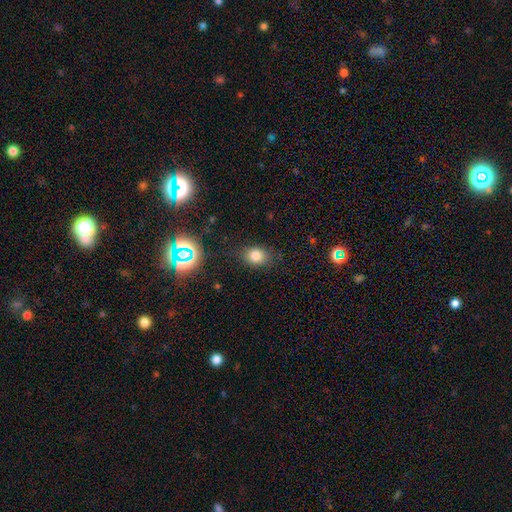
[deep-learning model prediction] A smooth galaxy with no disk features (77%) that is in between round and cigar-shaped (56%). Merging: none (81%).